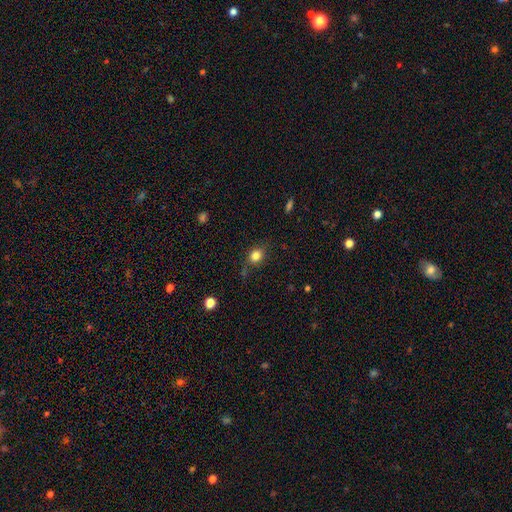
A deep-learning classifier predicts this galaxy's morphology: Smooth or featured: smooth — 82% (star or artifact — 11%)
How rounded: round — 64% (in between — 35%)
Merging: none — 73% (minor disturbance — 18%)